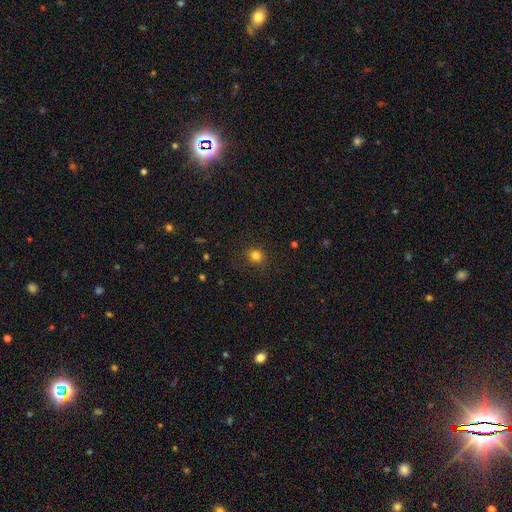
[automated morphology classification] Overall: smooth (81%). How rounded: round (82%). Merging: none (88%).